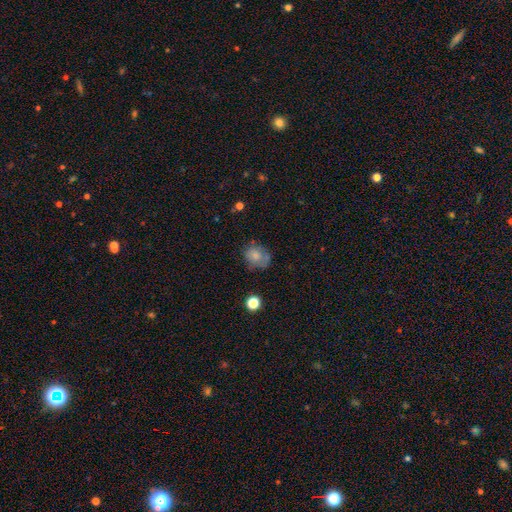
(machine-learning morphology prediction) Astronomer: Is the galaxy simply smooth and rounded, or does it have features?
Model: smooth — 72%.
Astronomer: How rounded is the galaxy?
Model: round — 55% (runner-up: in between, 44%).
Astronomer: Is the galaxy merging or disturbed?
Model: none — 58%.